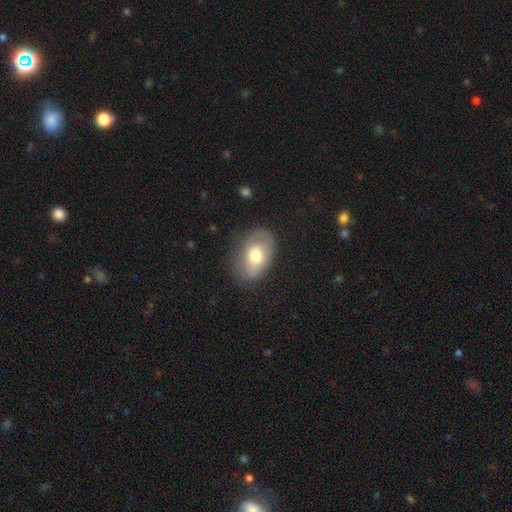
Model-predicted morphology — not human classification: smooth-or-featured: smooth: 64% | featured or disk: 28% | star or artifact: 7%
  how-rounded: in between: 85% | round: 14% | cigar-shaped: 1%
  merging: none: 69% | minor disturbance: 21% | major disturbance: 9% | merger: 1%